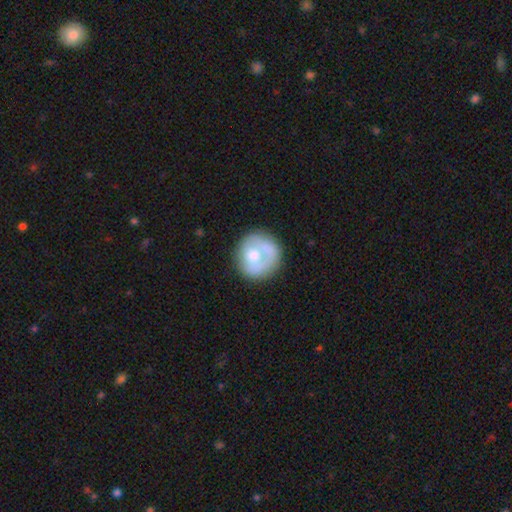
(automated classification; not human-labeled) This is possibly a smooth galaxy (55%). How rounded: clearly round (86%). Merging: possibly none (60%).